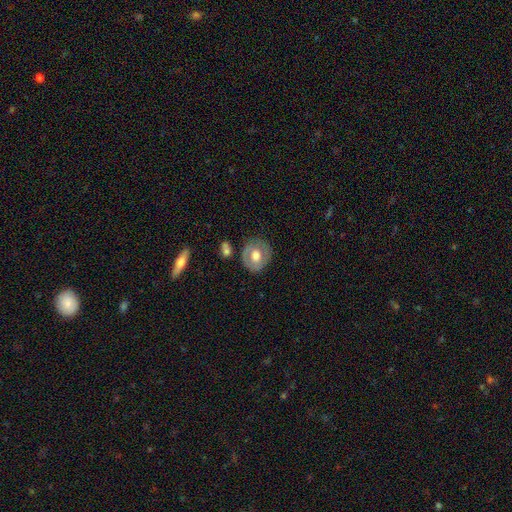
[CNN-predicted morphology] A smooth galaxy with no disk features (51%) that is round (72%). Merging: none (77%).